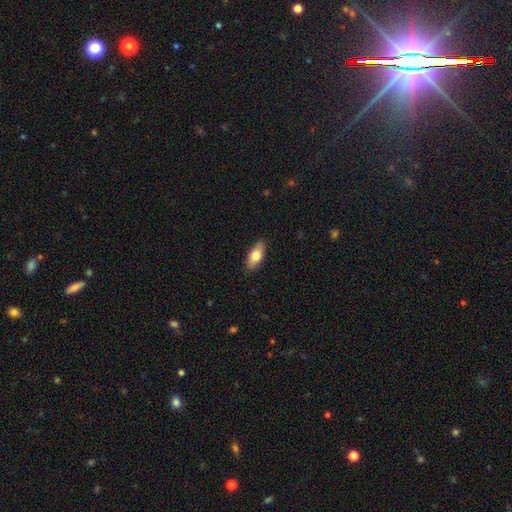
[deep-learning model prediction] Smooth or featured?
  - smooth: 77% *
  - featured or disk: 17%
  - star or artifact: 6%
How rounded?
  - in between: 86% *
  - cigar-shaped: 11%
  - round: 3%
Merging?
  - none: 87% *
  - minor disturbance: 10%
  - major disturbance: 2%
  - merger: 1%